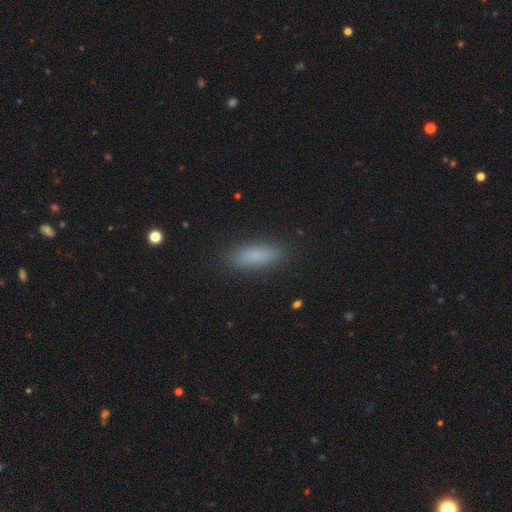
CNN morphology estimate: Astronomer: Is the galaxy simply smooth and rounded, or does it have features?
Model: smooth — 83%.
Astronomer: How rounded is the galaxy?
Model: cigar-shaped — 53% (runner-up: in between, 45%).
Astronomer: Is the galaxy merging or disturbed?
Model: none — 87%.